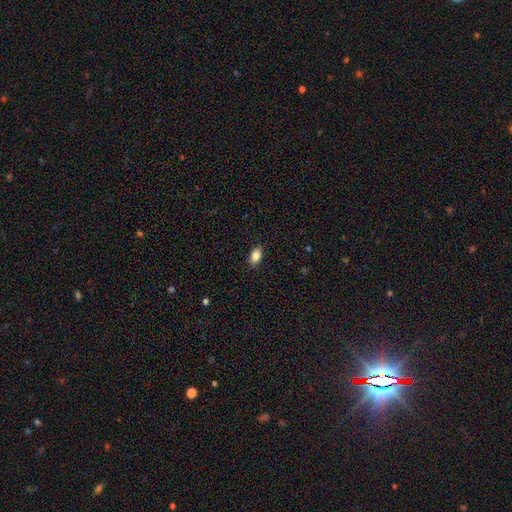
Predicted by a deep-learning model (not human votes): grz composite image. It shows a smooth galaxy with no disk features (83%) that is in between round and cigar-shaped (88%). Merging: none (88%).